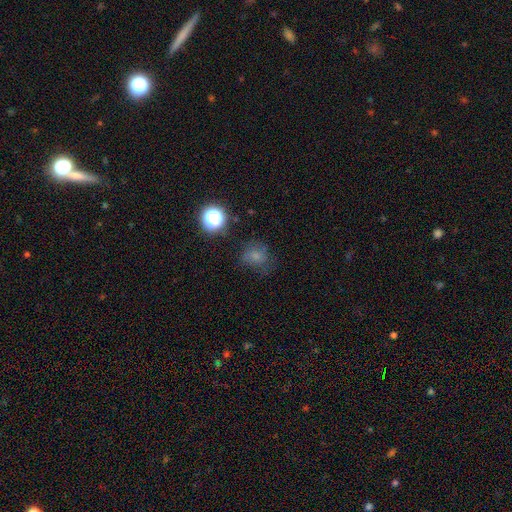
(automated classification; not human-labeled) Q: Smooth or featured?
A: smooth (68%); runner-up: star or artifact (19%)
Q: How rounded?
A: round (75%); runner-up: in between (24%)
Q: Merging?
A: none (62%); runner-up: minor disturbance (23%)